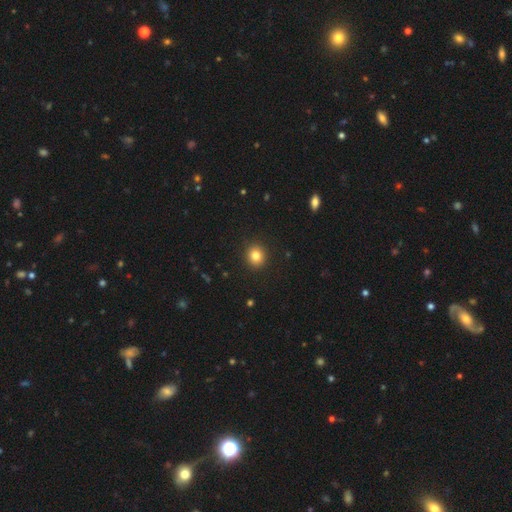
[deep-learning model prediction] Smooth or featured?
  - smooth: 82% *
  - star or artifact: 12%
  - featured or disk: 6%
How rounded?
  - round: 87% *
  - in between: 12%
  - cigar-shaped: 1%
Merging?
  - none: 92% *
  - minor disturbance: 5%
  - major disturbance: 2%
  - merger: 1%